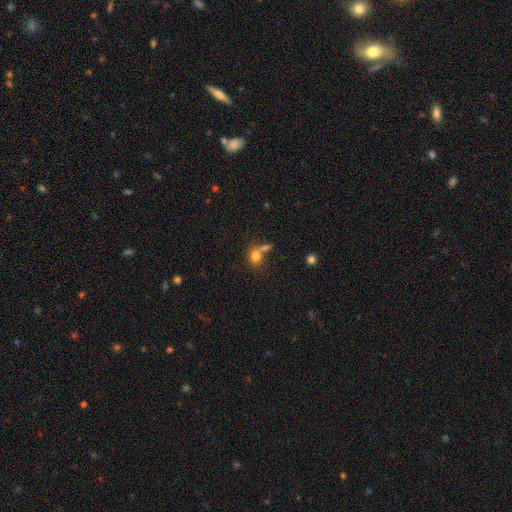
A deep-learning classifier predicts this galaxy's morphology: This appears to be a smooth galaxy with no disk features (77%) that is round (63%). Merging: none (45%).